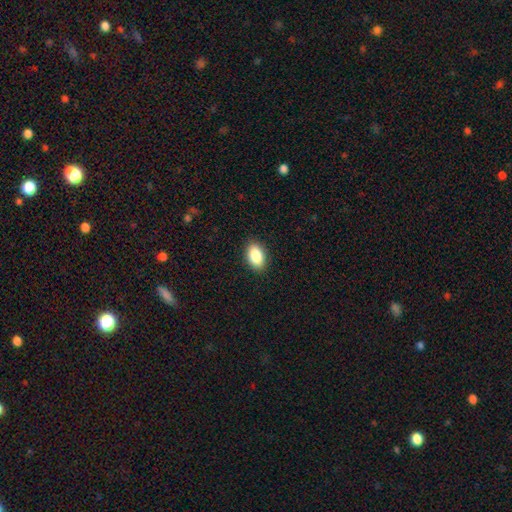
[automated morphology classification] Smooth or featured?
  - smooth: 88% *
  - star or artifact: 8%
  - featured or disk: 5%
How rounded?
  - in between: 91% *
  - round: 8%
  - cigar-shaped: 2%
Merging?
  - none: 89% *
  - minor disturbance: 8%
  - major disturbance: 2%
  - merger: 1%